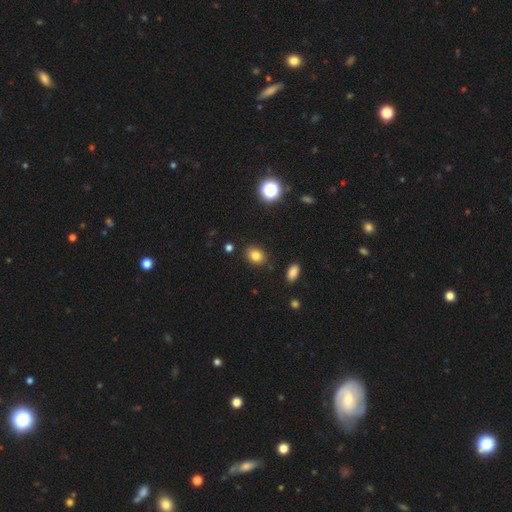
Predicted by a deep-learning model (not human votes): smooth_or_featured: smooth (p=0.82) [alt: star or artifact p=0.12]
how_rounded: in between (p=0.51) [alt: round p=0.48]
merging: none (p=0.85) [alt: minor disturbance p=0.10]